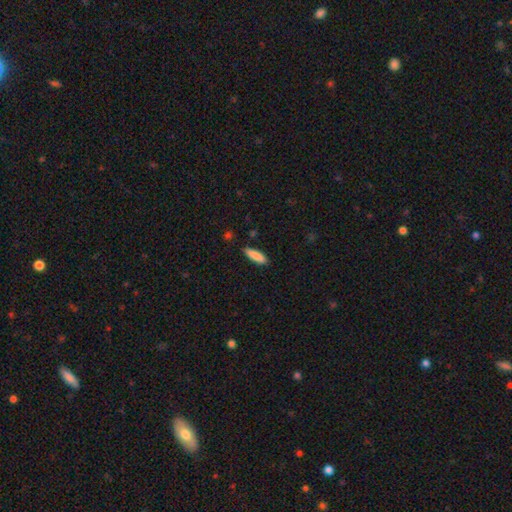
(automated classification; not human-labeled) Smooth or featured: smooth — 87% (featured or disk — 7%)
How rounded: cigar-shaped — 62% (in between — 37%)
Merging: none — 85% (minor disturbance — 11%)